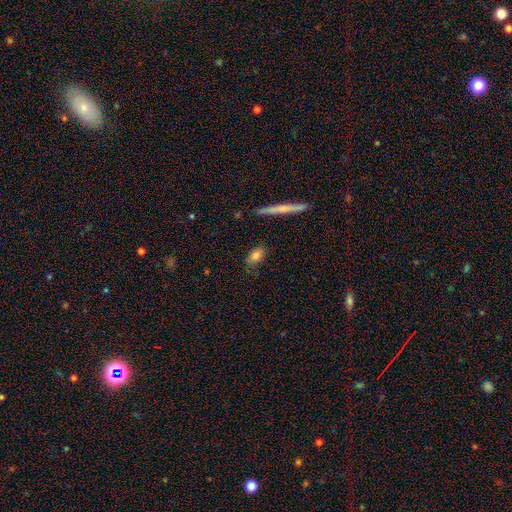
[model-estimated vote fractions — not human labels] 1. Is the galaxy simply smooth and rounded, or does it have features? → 80% smooth, 12% featured or disk, 8% star or artifact.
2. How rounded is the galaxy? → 80% in between, 12% cigar-shaped, 8% round.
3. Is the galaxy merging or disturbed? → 78% none, 16% minor disturbance, 4% major disturbance, 2% merger.